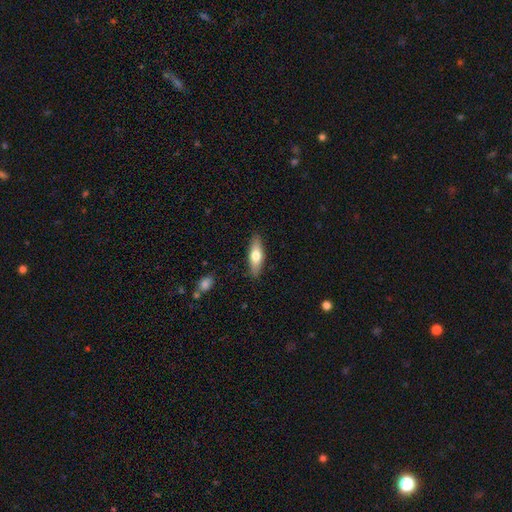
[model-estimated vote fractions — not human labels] Smooth or featured? smooth (63%)
How rounded? in between (53%)
Merging? none (88%)